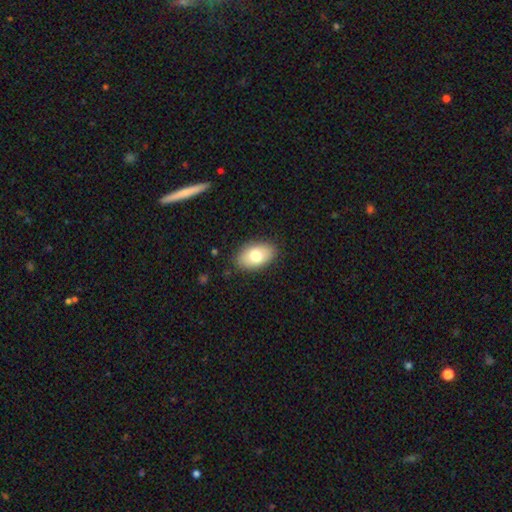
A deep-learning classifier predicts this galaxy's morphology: A smooth galaxy with no disk features (75%) that is in between round and cigar-shaped (91%). Merging: none (86%).